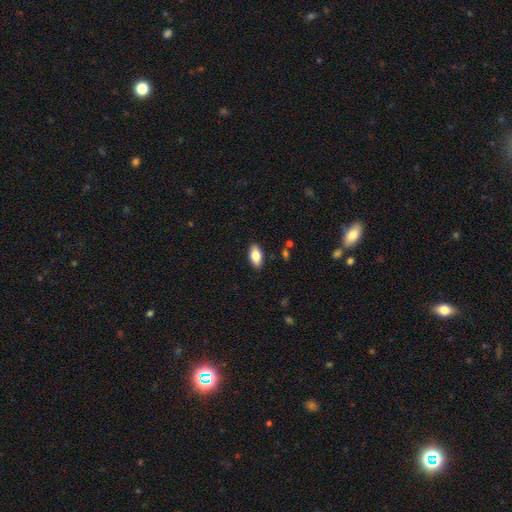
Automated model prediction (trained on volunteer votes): Morphology: type=smooth (81%); roundness=in between (92%); merging=none (88%).